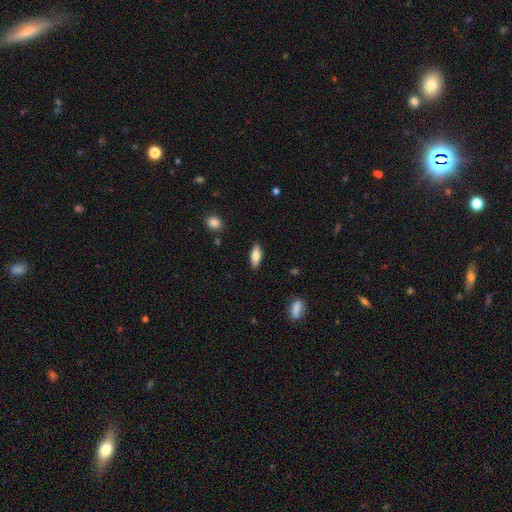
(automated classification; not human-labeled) Smooth or featured? smooth (74%)
How rounded? in between (76%)
Merging? none (87%)